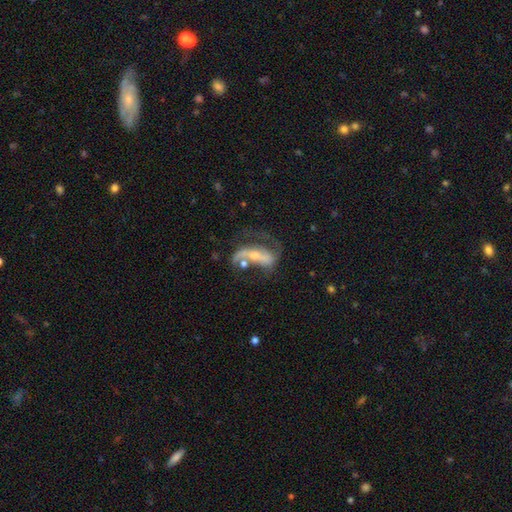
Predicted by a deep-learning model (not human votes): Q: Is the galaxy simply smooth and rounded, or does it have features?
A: featured or disk — 76%.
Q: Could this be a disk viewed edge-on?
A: no — 91%.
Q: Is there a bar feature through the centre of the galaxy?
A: strong — 38%.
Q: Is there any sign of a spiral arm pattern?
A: yes — 81%.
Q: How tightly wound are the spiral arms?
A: loose — 57%.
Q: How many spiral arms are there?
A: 2 — 66%.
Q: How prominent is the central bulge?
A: small — 49%.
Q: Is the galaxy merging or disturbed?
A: major disturbance — 32%.